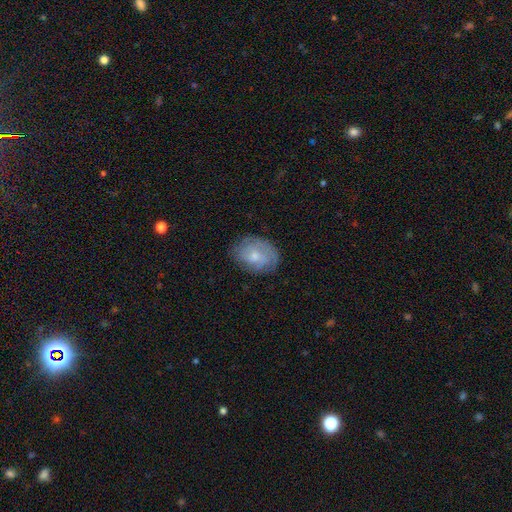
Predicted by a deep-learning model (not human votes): The model was most divided on "smooth or featured": featured or disk: 49%, smooth: 43%, star or artifact: 8%. More confident: merging — none (74%).